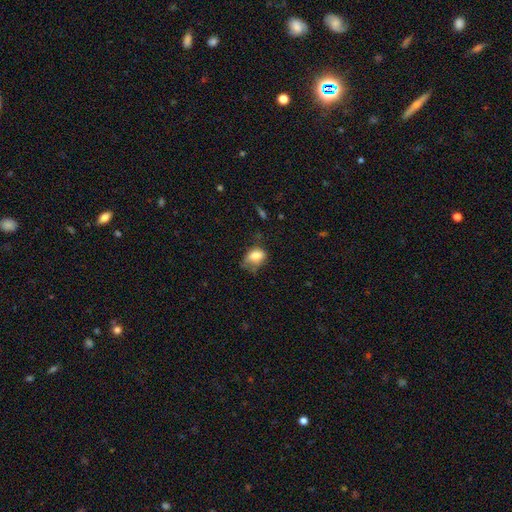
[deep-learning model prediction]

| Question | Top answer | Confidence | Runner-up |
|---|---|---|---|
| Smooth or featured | smooth | 77% | featured or disk (14%) |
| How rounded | in between | 80% | round (18%) |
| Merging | minor disturbance | 39% | none (36%) |